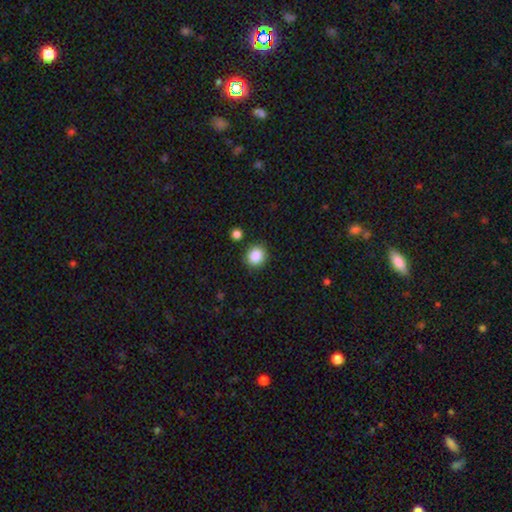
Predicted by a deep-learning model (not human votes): smooth-or-featured: smooth: 87% | star or artifact: 10% | featured or disk: 4%
  how-rounded: round: 87% | in between: 12% | cigar-shaped: 1%
  merging: none: 87% | minor disturbance: 7% | merger: 3% | major disturbance: 2%